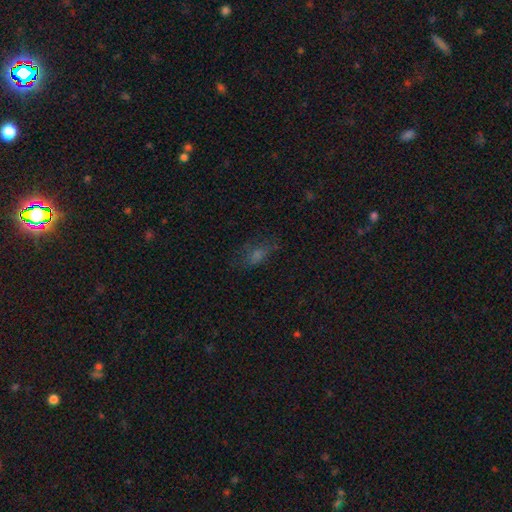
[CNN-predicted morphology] This appears to be a smooth galaxy with no disk features (52%) that is in between round and cigar-shaped (74%). Merging: none (63%).